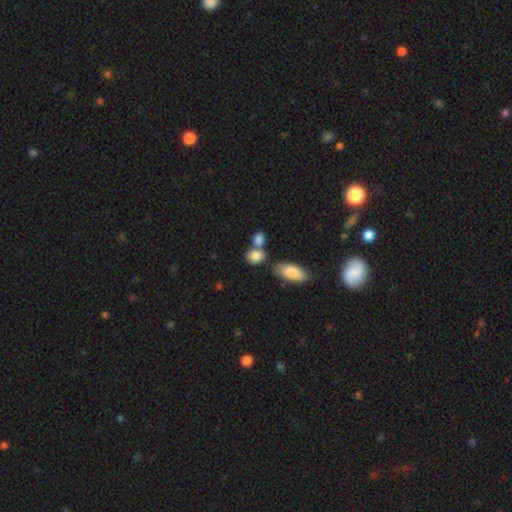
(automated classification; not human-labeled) A smooth galaxy with no disk features (85%) that is in between round and cigar-shaped (53%). Merging: none (49%).